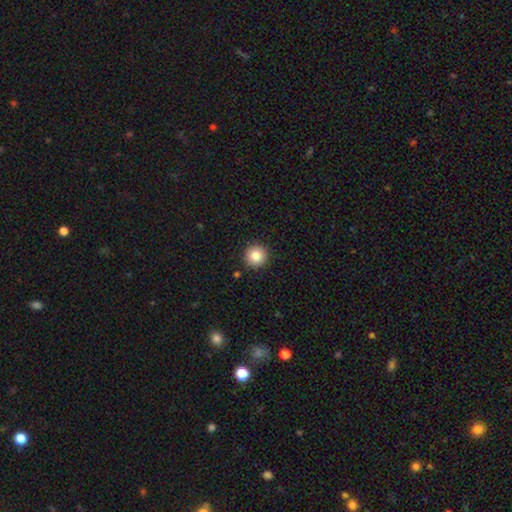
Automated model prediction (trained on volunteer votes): smooth 83%, star or artifact 10%, featured or disk 7%. Down the decision tree: how rounded — round (95%); merging — none (91%).